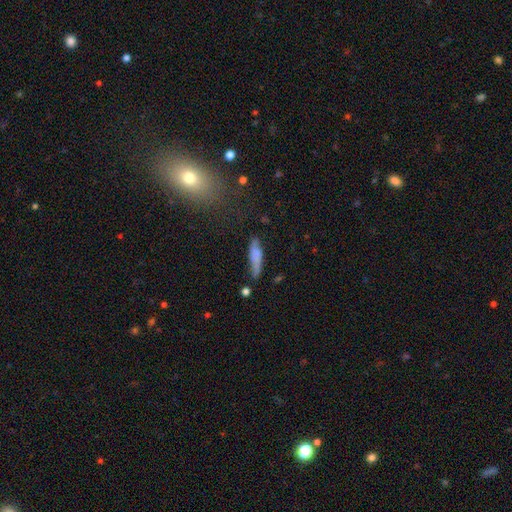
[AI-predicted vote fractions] Smooth or featured: smooth — 62% (featured or disk — 30%)
How rounded: cigar-shaped — 68% (in between — 29%)
Merging: none — 56% (minor disturbance — 29%)